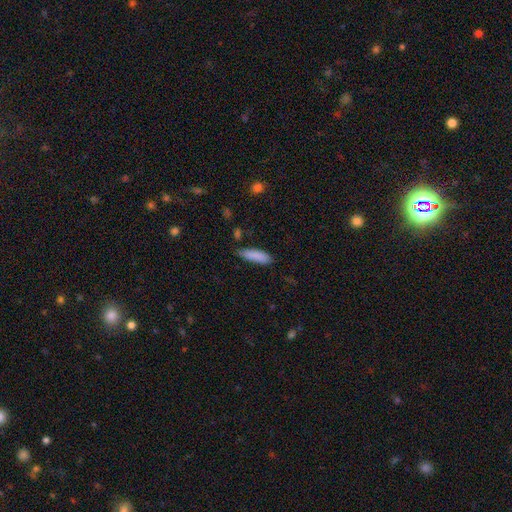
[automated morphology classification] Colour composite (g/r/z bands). It shows a smooth galaxy with no disk features (87%) that is cigar-shaped (56%). Merging: none (72%).